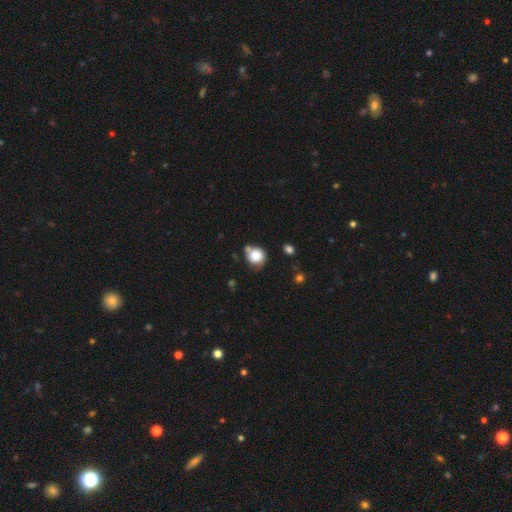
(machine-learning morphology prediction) This appears to be a smooth galaxy with no disk features (79%) that is round (88%). Merging: none (62%).